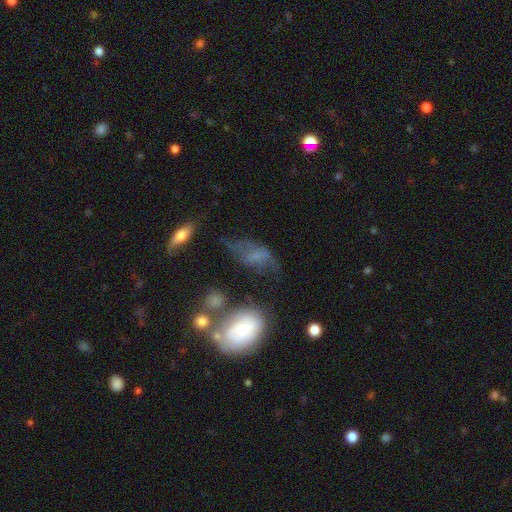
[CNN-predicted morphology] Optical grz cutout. It shows a smooth galaxy with no disk features (46%). Merging: none (39%).